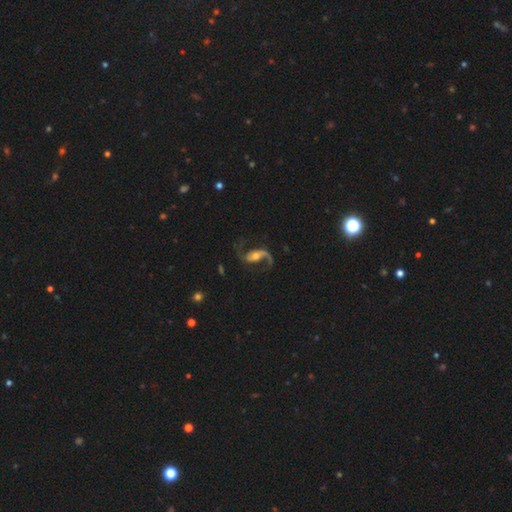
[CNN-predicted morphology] A featured or disk galaxy (89%) with no bar (37%), 2 (89%) loose (68%) spiral arms (97%) and a moderate central bulge (60%). Merging: none (70%).